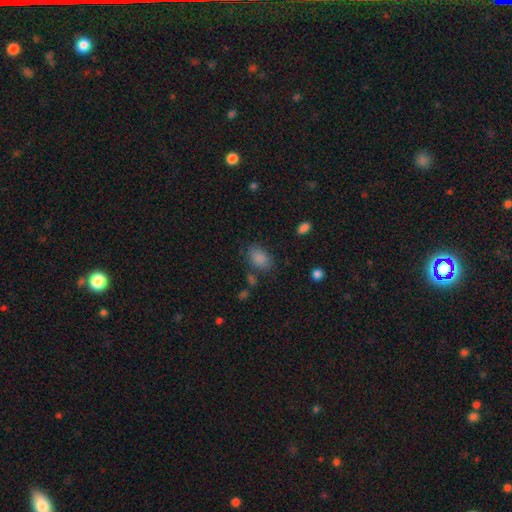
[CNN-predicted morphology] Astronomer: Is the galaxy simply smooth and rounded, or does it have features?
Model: smooth — 80%.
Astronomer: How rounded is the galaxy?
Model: in between — 84%.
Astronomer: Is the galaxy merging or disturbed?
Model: none — 77%.